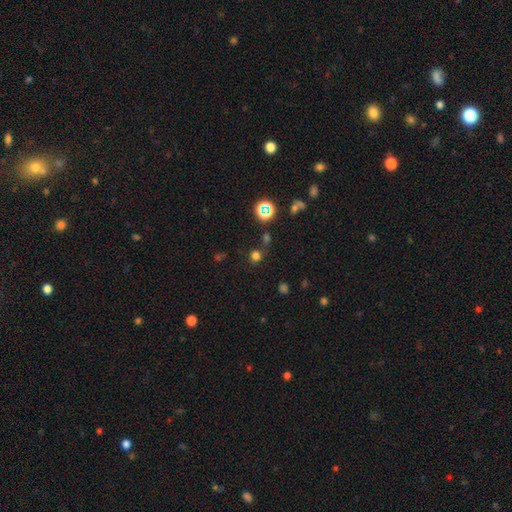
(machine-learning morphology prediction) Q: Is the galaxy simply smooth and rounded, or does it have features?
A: smooth — 66%.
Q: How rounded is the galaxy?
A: round — 88%.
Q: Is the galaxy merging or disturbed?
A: none — 75%.